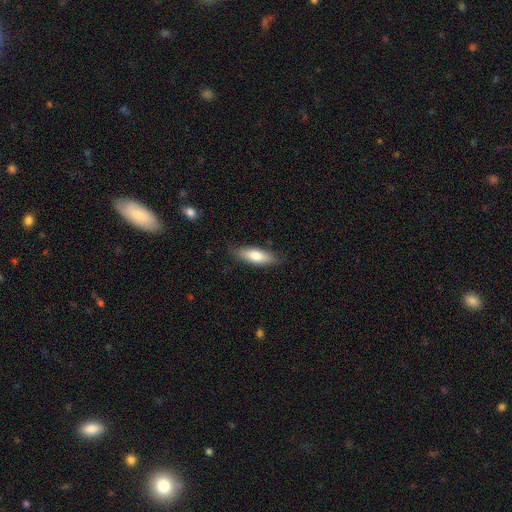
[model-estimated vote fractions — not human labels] smooth_or_featured: smooth (p=0.75) [alt: featured or disk p=0.20]
how_rounded: in between (p=0.56) [alt: cigar-shaped p=0.42]
merging: none (p=0.81) [alt: minor disturbance p=0.15]